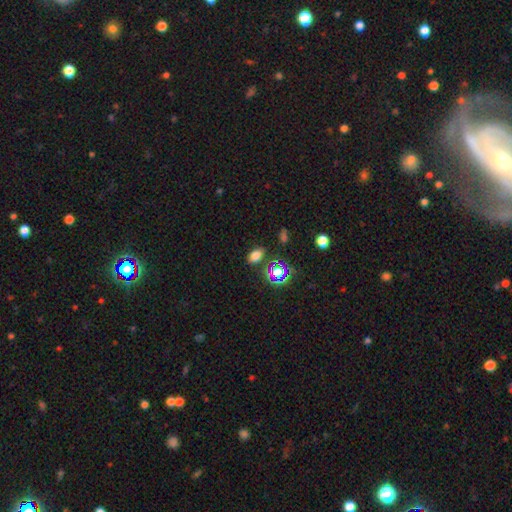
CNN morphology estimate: type=smooth (70%); roundness=in between (83%); merging=none (81%).